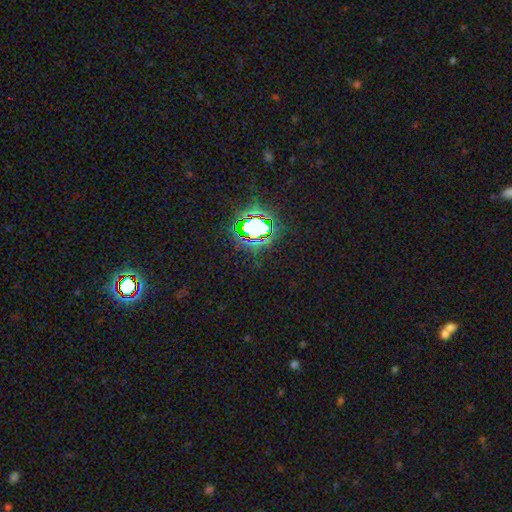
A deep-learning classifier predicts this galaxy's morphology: Smooth or featured? Predicted: star or artifact (p=0.78).